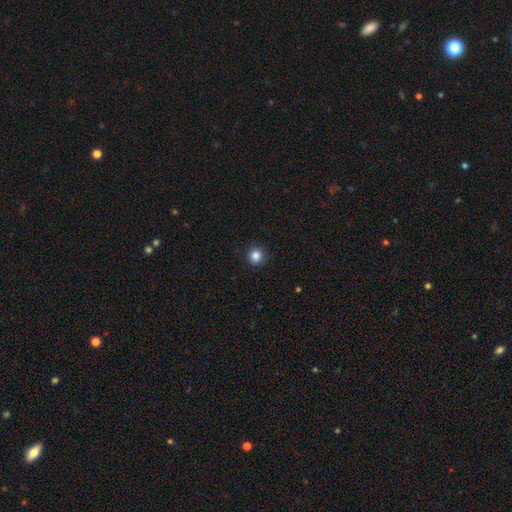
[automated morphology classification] smooth-or-featured: smooth: 85% | star or artifact: 11% | featured or disk: 4%
  how-rounded: round: 89% | in between: 10% | cigar-shaped: 1%
  merging: none: 89% | minor disturbance: 8% | major disturbance: 2% | merger: 1%